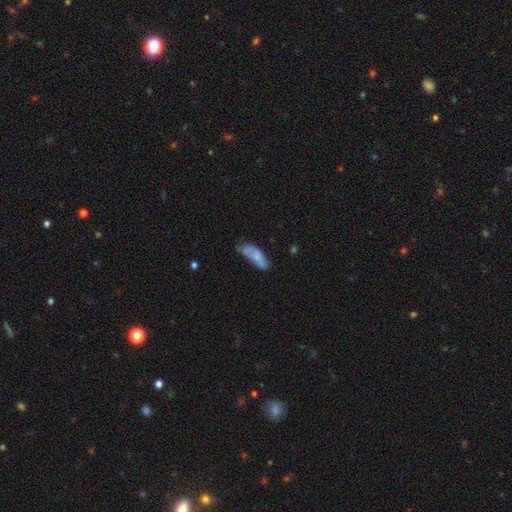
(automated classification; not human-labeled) The model was most divided on "merging": none: 44%, minor disturbance: 33%, major disturbance: 14%, merger: 9%. More confident: smooth or featured — smooth (69%); how rounded — in between (69%).